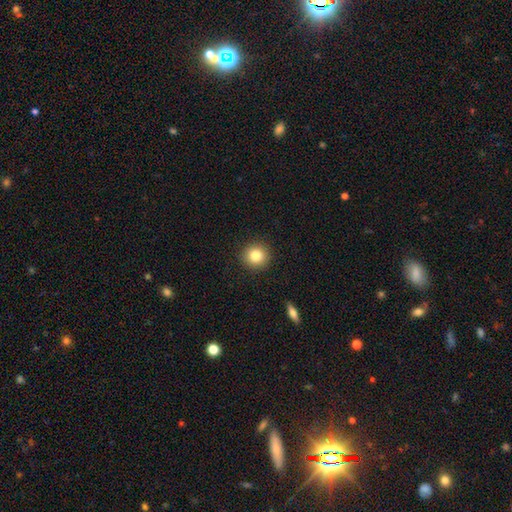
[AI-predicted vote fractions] Q: Smooth or featured?
A: smooth (83%); runner-up: star or artifact (10%)
Q: How rounded?
A: round (93%); runner-up: in between (6%)
Q: Merging?
A: none (92%); runner-up: minor disturbance (5%)